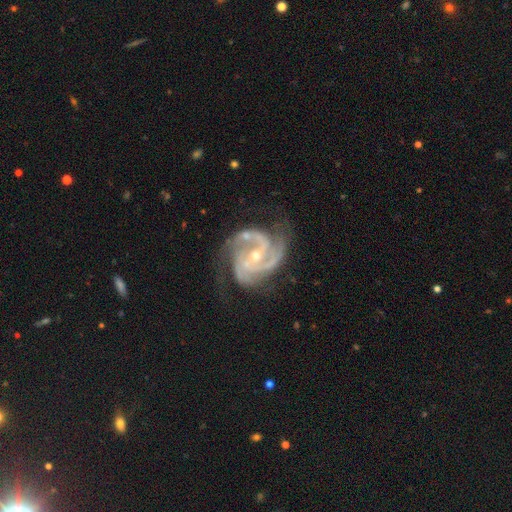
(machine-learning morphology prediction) Smooth or featured? featured or disk (93%)
Edge-on disk? no (98%)
Bar? no (50%)
Spiral arms? yes (99%)
Spiral winding? medium (49%)
Spiral arm count? 3 (57%)
Bulge size? small (66%)
Merging? none (61%)